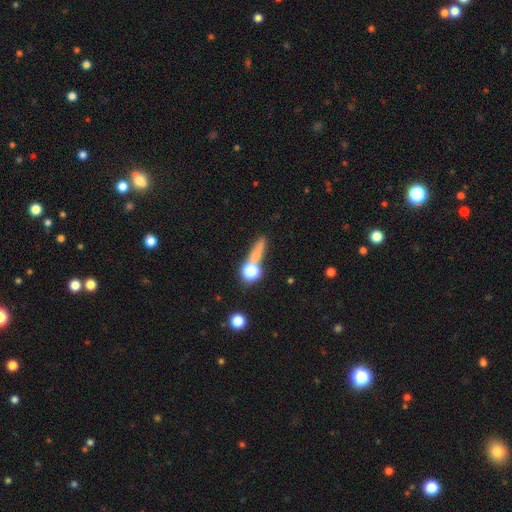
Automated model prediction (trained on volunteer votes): A smooth galaxy with no disk features (61%) that is cigar-shaped (53%).

Vote fractions:
- Smooth or featured? smooth: 61% / star or artifact: 21% / featured or disk: 18%
- How rounded? cigar-shaped: 53% / round: 29% / in between: 18%
- Merging? none: 60% / merger: 18% / minor disturbance: 13% / major disturbance: 9%